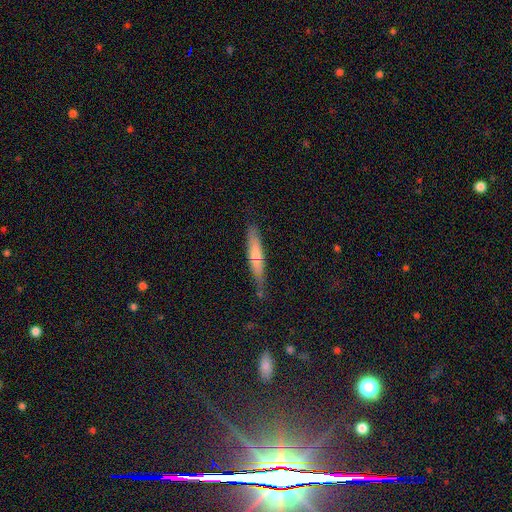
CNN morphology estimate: This appears to be a smooth galaxy with no disk features (52%) that is cigar-shaped (91%). Merging: none (74%).